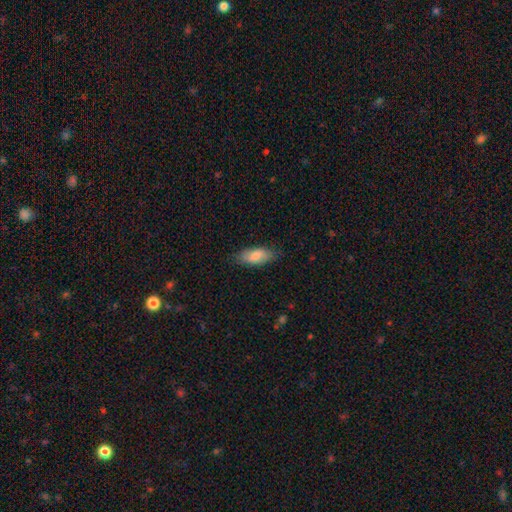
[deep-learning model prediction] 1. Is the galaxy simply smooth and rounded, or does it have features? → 82% smooth, 12% featured or disk, 6% star or artifact.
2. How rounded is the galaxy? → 82% in between, 16% cigar-shaped, 2% round.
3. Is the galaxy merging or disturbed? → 81% none, 15% minor disturbance, 3% major disturbance, 1% merger.